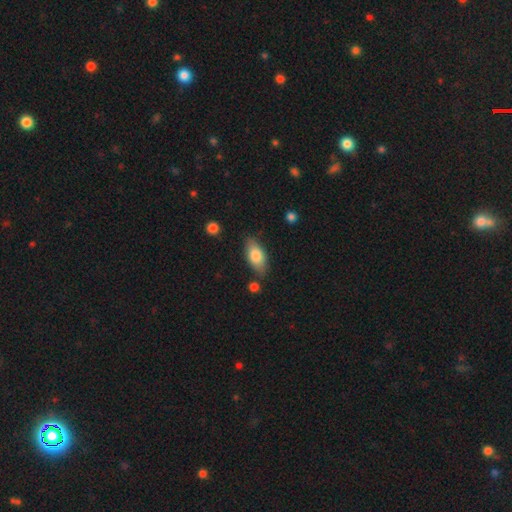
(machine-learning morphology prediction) Q: Smooth or featured?
A: smooth (78%); runner-up: featured or disk (16%)
Q: How rounded?
A: in between (88%); runner-up: cigar-shaped (9%)
Q: Merging?
A: none (79%); runner-up: minor disturbance (14%)